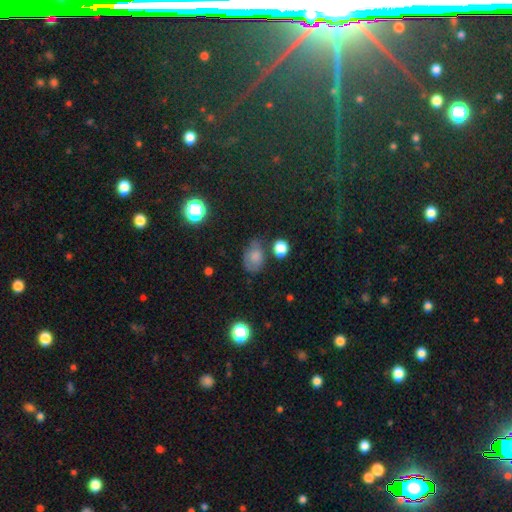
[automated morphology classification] The model was most divided on "merging": none: 46%, minor disturbance: 33%, major disturbance: 14%, merger: 8%. More confident: how rounded — in between (74%); smooth or featured — smooth (72%).